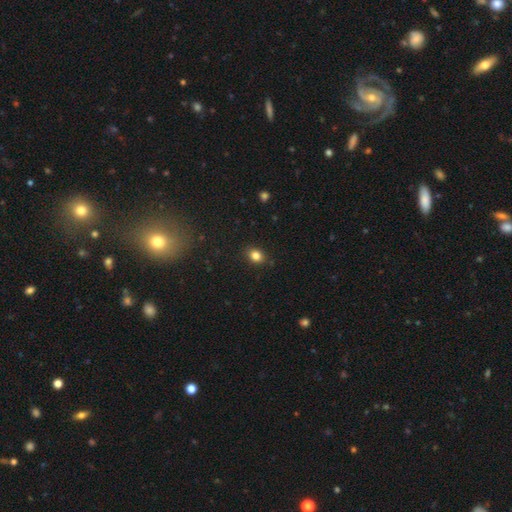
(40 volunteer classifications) Smooth or featured? smooth (82%)
How rounded? in between (76%)
Merging? none (92%)